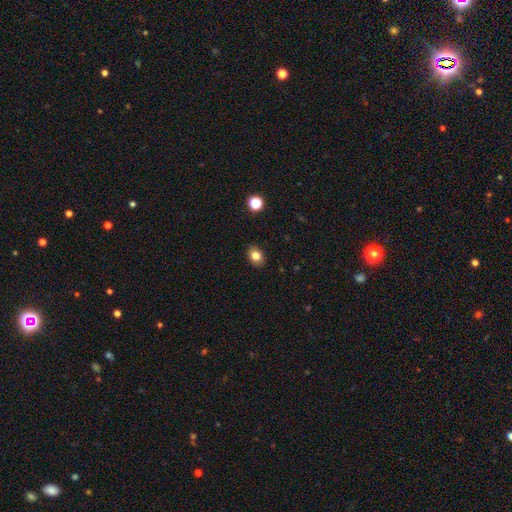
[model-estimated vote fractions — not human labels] Smooth or featured? smooth (82%)
How rounded? in between (65%)
Merging? none (88%)